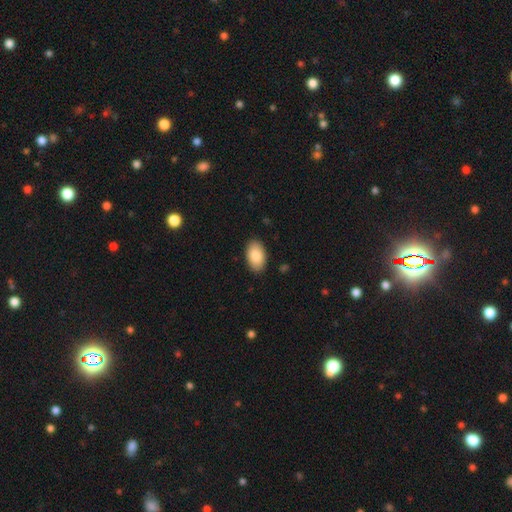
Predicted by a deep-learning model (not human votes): smooth_or_featured: smooth (p=0.87) [alt: featured or disk p=0.07]
how_rounded: in between (p=0.94) [alt: round p=0.04]
merging: none (p=0.88) [alt: minor disturbance p=0.09]